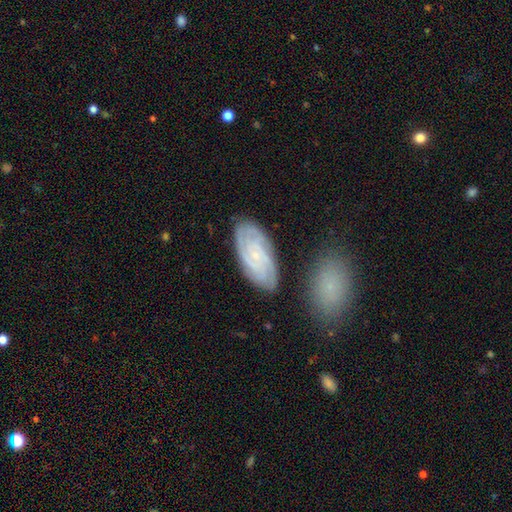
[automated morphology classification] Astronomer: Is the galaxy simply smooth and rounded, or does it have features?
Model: featured or disk — 76%.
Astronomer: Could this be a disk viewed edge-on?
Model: no — 95%.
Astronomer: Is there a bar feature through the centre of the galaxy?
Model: no — 69%.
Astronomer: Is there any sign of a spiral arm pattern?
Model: yes — 95%.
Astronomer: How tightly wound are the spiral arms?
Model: tight — 71%.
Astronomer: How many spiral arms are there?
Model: can't tell — 30% (runner-up: 3, 22%).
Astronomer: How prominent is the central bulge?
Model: small — 82%.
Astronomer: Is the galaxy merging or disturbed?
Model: none — 79%.